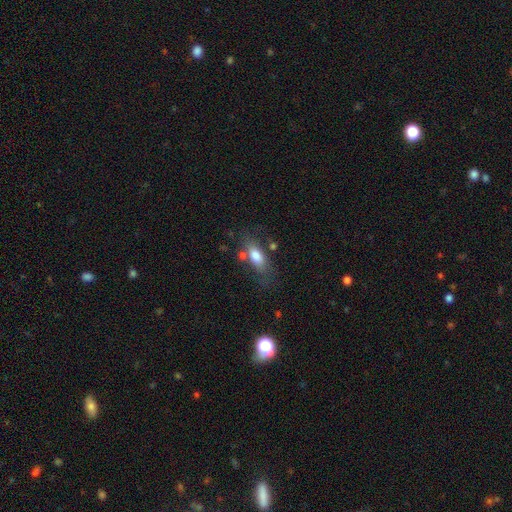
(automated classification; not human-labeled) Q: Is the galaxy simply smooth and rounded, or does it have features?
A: smooth — 74%.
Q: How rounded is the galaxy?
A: in between — 80%.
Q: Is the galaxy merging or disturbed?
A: none — 63%.